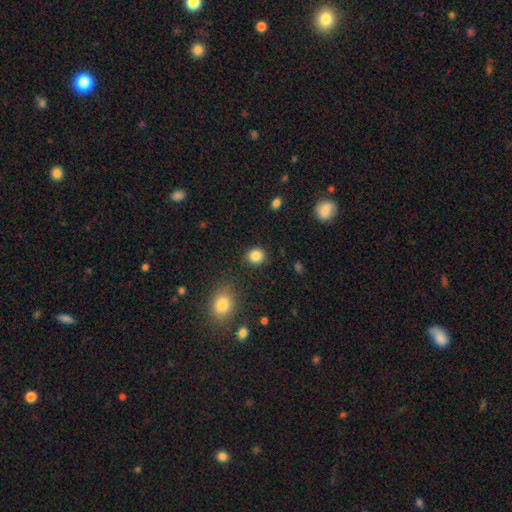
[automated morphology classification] Smooth or featured? Predicted: smooth (p=0.86). How rounded? Predicted: round (p=0.84). Merging? Predicted: none (p=0.89).